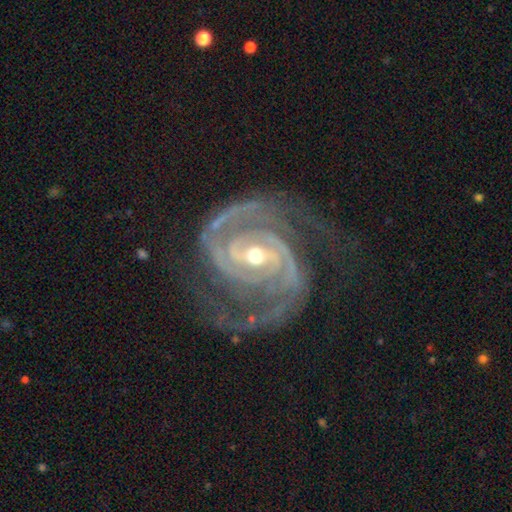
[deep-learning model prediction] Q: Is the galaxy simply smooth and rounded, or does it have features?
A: featured or disk — 94%.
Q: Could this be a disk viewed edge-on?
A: no — 98%.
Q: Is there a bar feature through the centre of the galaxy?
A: weak — 39%.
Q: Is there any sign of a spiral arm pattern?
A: yes — 99%.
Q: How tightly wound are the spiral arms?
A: tight — 58%.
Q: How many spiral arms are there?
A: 2 — 61%.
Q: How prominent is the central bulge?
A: moderate — 60%.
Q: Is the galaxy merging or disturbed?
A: none — 69%.